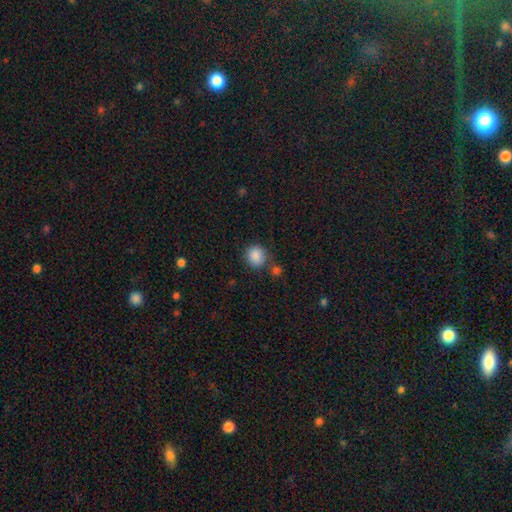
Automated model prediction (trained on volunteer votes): A smooth galaxy with no disk features (87%) that is round (82%). Merging: none (74%).